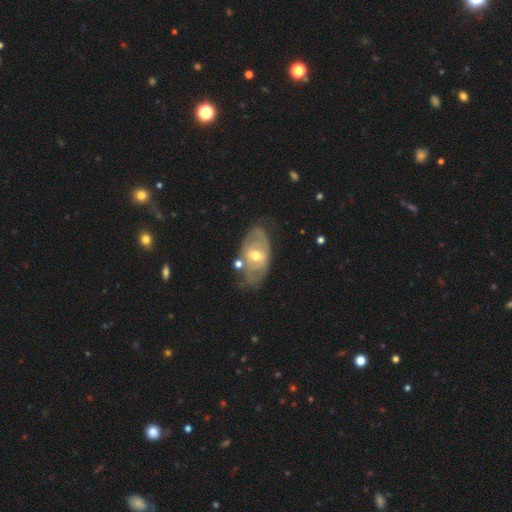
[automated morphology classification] type=featured or disk (68%); edge-on=no (92%); bar=no (52%); spiral arms=yes (55%); bulge=moderate (68%); merging=none (59%).